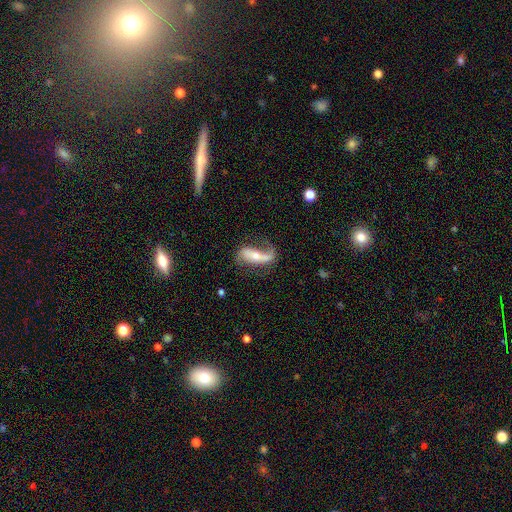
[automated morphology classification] A featured or disk galaxy (76%) with a strong bar (44%), 2 (72%) loose (70%) spiral arms (90%) and a small central bulge (47%). Merging: none (55%).